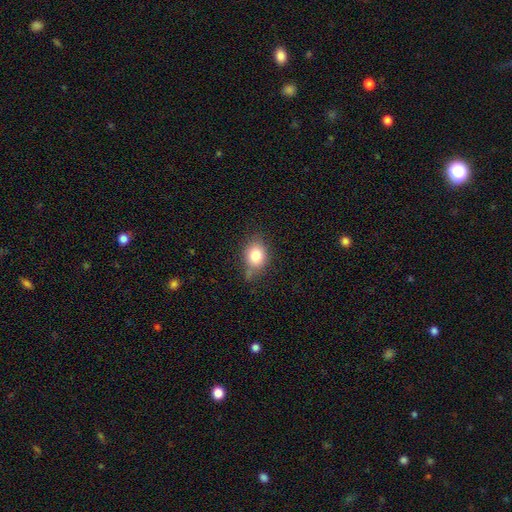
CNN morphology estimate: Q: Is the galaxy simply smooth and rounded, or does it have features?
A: smooth — 80%.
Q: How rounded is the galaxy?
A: in between — 59%.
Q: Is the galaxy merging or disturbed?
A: none — 67%.